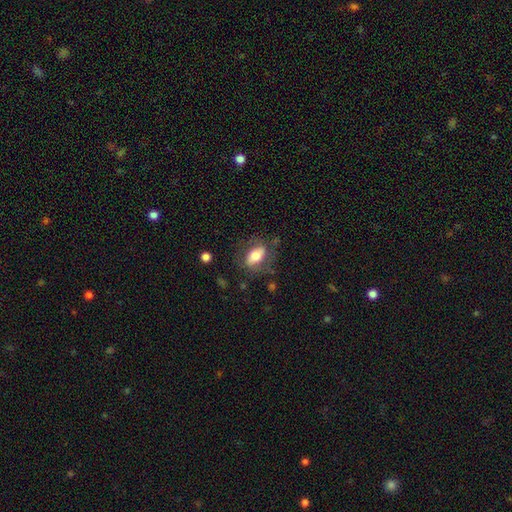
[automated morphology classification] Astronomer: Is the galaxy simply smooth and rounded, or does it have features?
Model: smooth — 65%.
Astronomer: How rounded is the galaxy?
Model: in between — 86%.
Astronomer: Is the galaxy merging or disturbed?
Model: none — 68%.